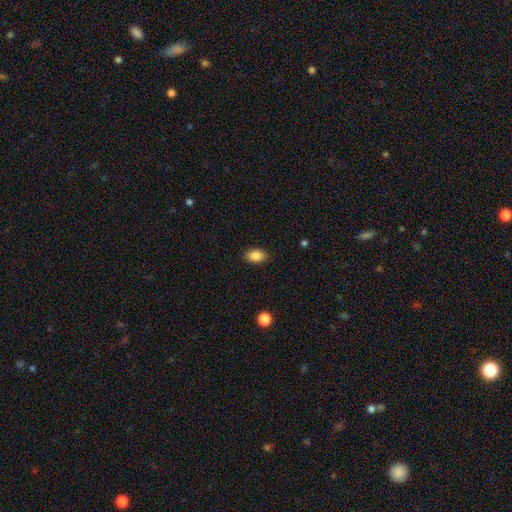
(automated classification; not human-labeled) smooth 86%, star or artifact 8%, featured or disk 6%. Down the decision tree: how rounded — in between (87%); merging — none (88%).